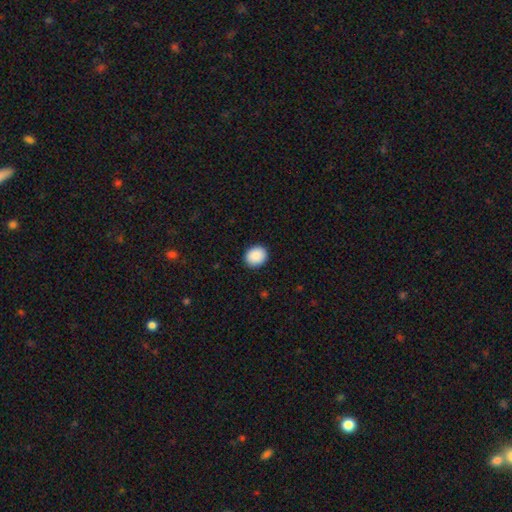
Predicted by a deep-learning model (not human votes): This appears to be a smooth galaxy with no disk features (90%) that is round (69%). Merging: none (91%).